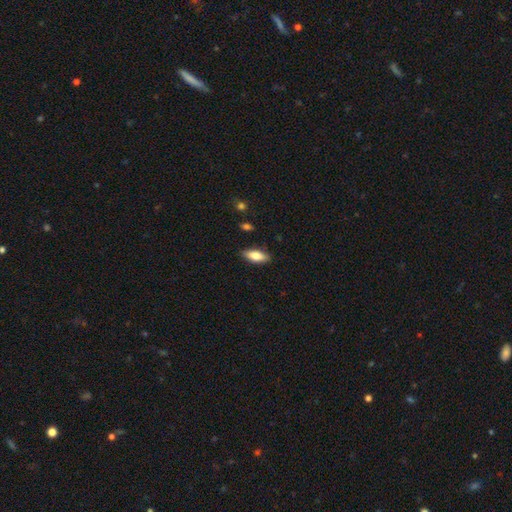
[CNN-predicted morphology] Smooth or featured?
  - smooth: 79% *
  - featured or disk: 15%
  - star or artifact: 6%
How rounded?
  - in between: 77% *
  - cigar-shaped: 21%
  - round: 2%
Merging?
  - none: 86% *
  - minor disturbance: 11%
  - major disturbance: 2%
  - merger: 1%